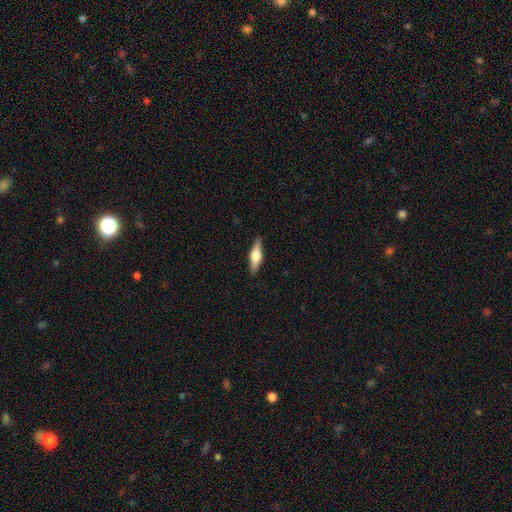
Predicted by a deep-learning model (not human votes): Q: Smooth or featured?
A: featured or disk (55%); runner-up: smooth (39%)
Q: Edge-on disk?
A: yes (95%); runner-up: no (5%)
Q: Edge-on bulge?
A: rounded (92%); runner-up: boxy (6%)
Q: Merging?
A: none (89%); runner-up: minor disturbance (8%)